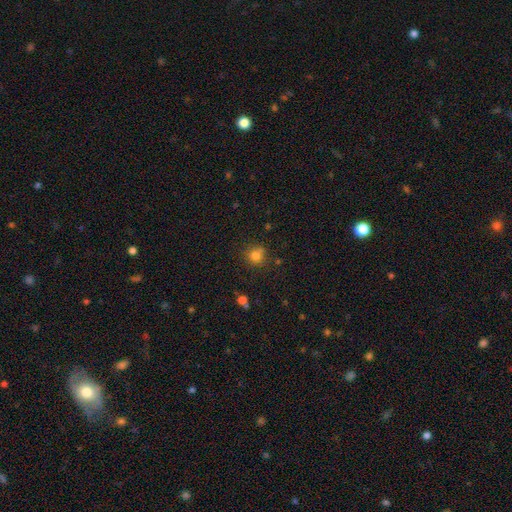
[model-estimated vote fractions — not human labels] smooth_or_featured: smooth (p=0.78) [alt: star or artifact p=0.15]
how_rounded: round (p=0.88) [alt: in between p=0.11]
merging: none (p=0.72) [alt: minor disturbance p=0.13]